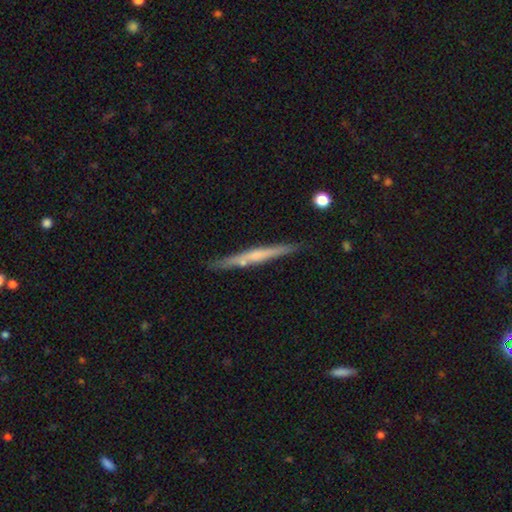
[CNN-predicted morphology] Smooth or featured? featured or disk (59%)
Edge-on disk? yes (97%)
Edge-on bulge? none (57%)
Merging? none (85%)